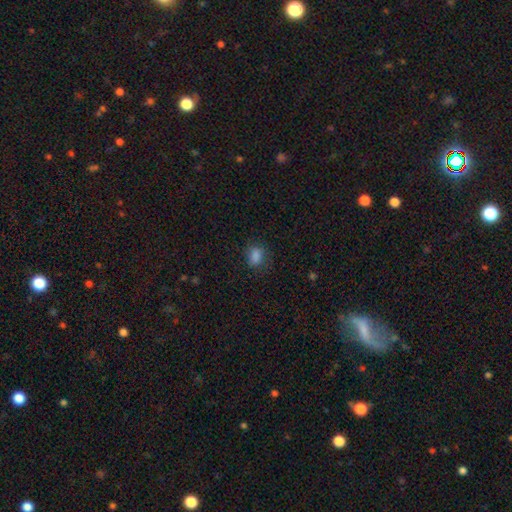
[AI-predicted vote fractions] Smooth or featured? smooth (82%)
How rounded? in between (70%)
Merging? none (75%)